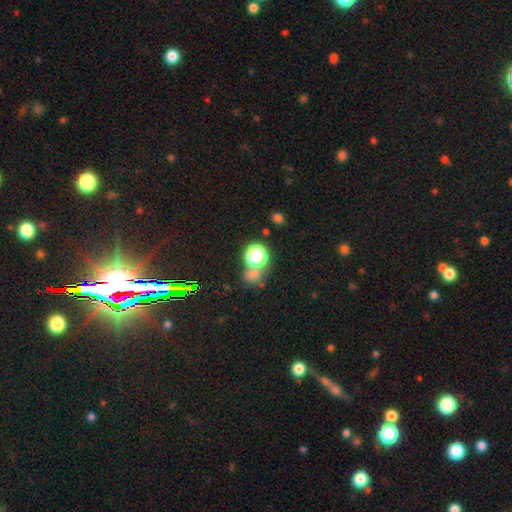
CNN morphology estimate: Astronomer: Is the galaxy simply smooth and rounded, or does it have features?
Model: smooth — 57% (runner-up: star or artifact, 35%).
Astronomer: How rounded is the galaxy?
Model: round — 80%.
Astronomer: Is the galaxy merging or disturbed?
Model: none — 56%.